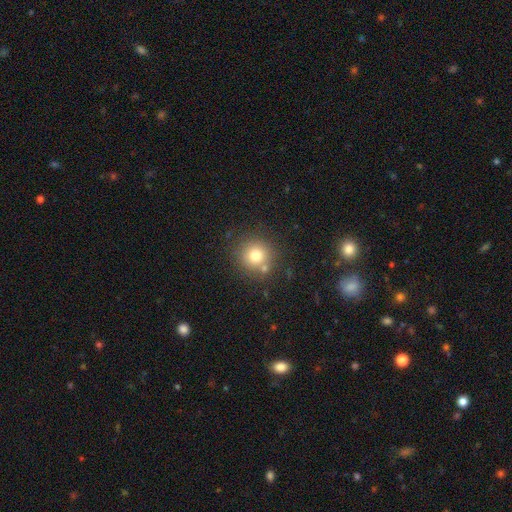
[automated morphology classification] smooth_or_featured: smooth (p=0.77) [alt: star or artifact p=0.13]
how_rounded: round (p=0.92) [alt: in between p=0.07]
merging: none (p=0.76) [alt: minor disturbance p=0.10]